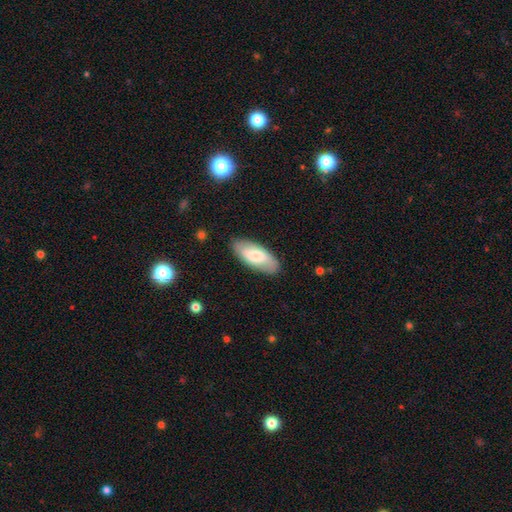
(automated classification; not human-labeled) The model was most divided on "smooth or featured": smooth: 68%, featured or disk: 27%, star or artifact: 5%. More confident: how rounded — in between (88%); merging — none (86%).